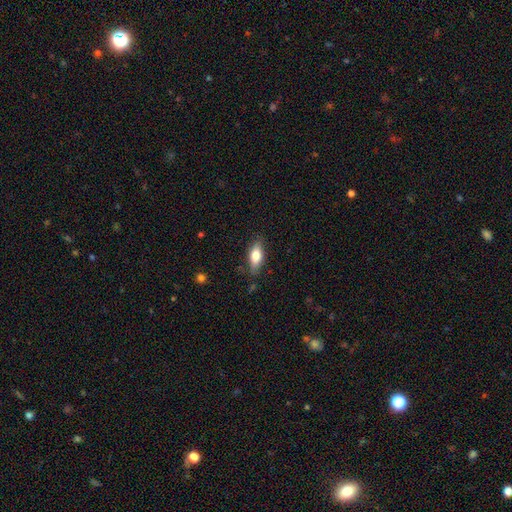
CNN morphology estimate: A smooth galaxy with no disk features (72%) that is in between round and cigar-shaped (78%).

Vote fractions:
- Smooth or featured? smooth: 72% / featured or disk: 22% / star or artifact: 7%
- How rounded? in between: 78% / cigar-shaped: 19% / round: 3%
- Merging? none: 80% / minor disturbance: 16% / major disturbance: 3% / merger: 2%